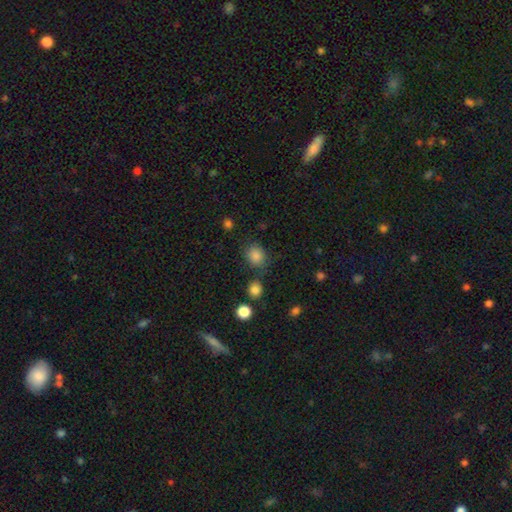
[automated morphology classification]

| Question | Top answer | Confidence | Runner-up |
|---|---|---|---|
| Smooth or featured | smooth | 84% | star or artifact (12%) |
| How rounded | round | 70% | in between (30%) |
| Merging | none | 74% | minor disturbance (14%) |